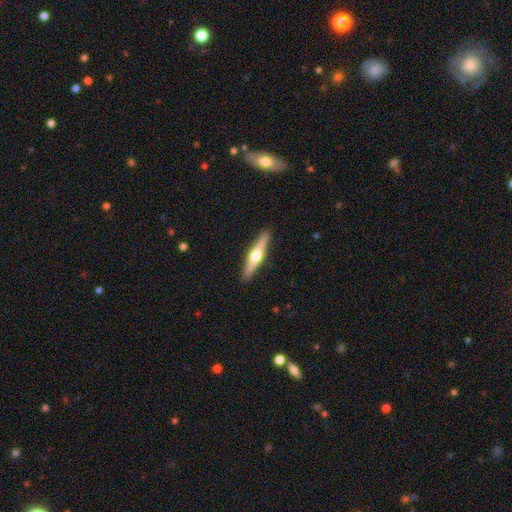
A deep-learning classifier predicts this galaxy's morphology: Overall: featured or disk (71%). Edge-on disk: yes (98%). Edge-on bulge: rounded (95%). Merging: none (92%).